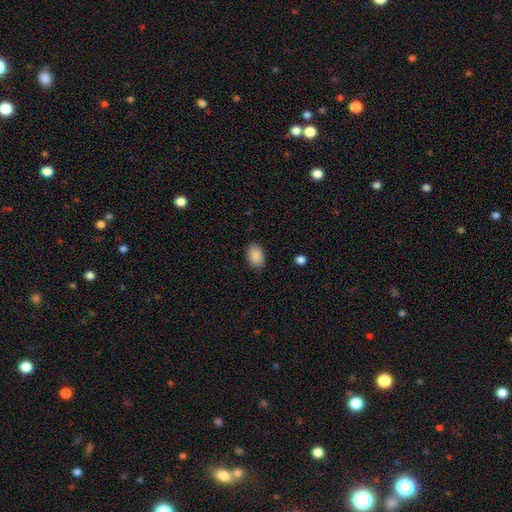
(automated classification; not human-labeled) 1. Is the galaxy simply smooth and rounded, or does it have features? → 89% smooth, 7% star or artifact, 4% featured or disk.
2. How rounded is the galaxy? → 88% in between, 11% round, 1% cigar-shaped.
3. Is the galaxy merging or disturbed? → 86% none, 10% minor disturbance, 2% major disturbance, 1% merger.